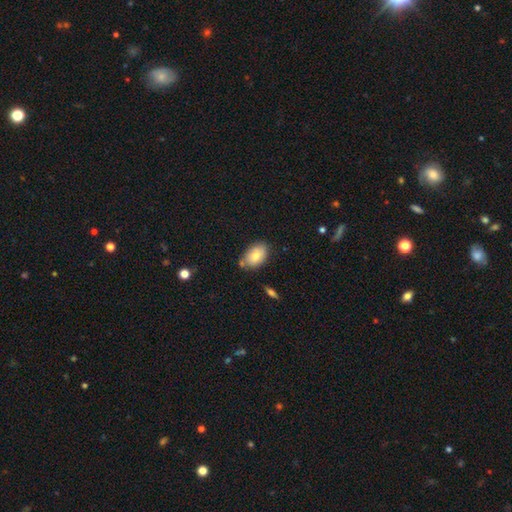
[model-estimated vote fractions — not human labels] smooth-or-featured: smooth: 79% | featured or disk: 14% | star or artifact: 7%
  how-rounded: in between: 90% | round: 9% | cigar-shaped: 1%
  merging: none: 70% | minor disturbance: 19% | merger: 8% | major disturbance: 4%